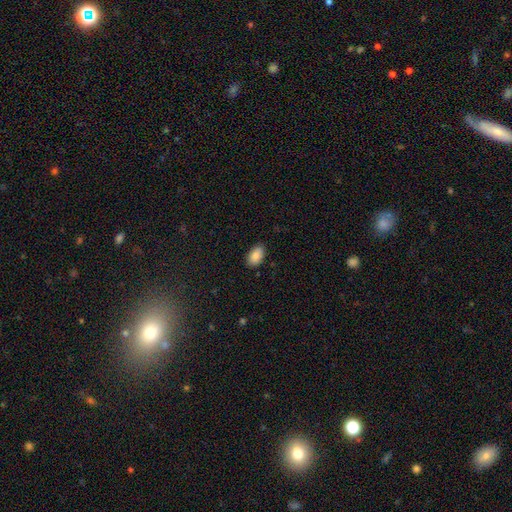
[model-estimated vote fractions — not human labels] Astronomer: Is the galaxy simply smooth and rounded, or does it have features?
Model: smooth — 87%.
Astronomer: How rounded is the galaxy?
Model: in between — 93%.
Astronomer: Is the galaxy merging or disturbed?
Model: none — 84%.